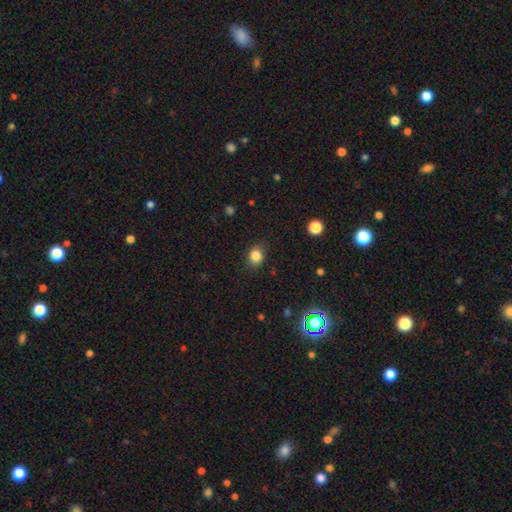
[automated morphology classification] A smooth galaxy with no disk features (84%) that is round (62%).

Vote fractions:
- Smooth or featured? smooth: 84% / star or artifact: 11% / featured or disk: 5%
- How rounded? round: 62% / in between: 38% / cigar-shaped: 1%
- Merging? none: 86% / minor disturbance: 10% / major disturbance: 3% / merger: 1%